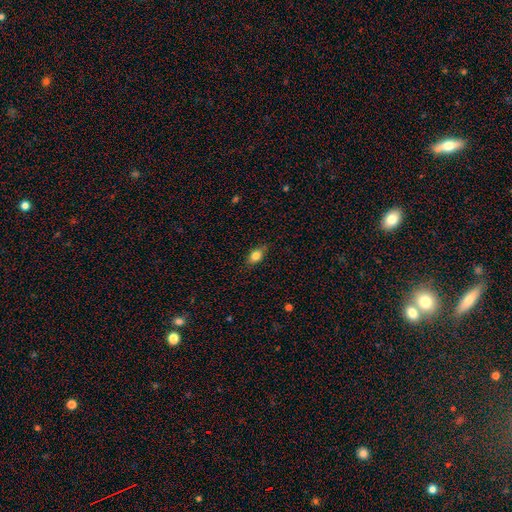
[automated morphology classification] type=smooth (82%); roundness=in between (79%); merging=none (80%).